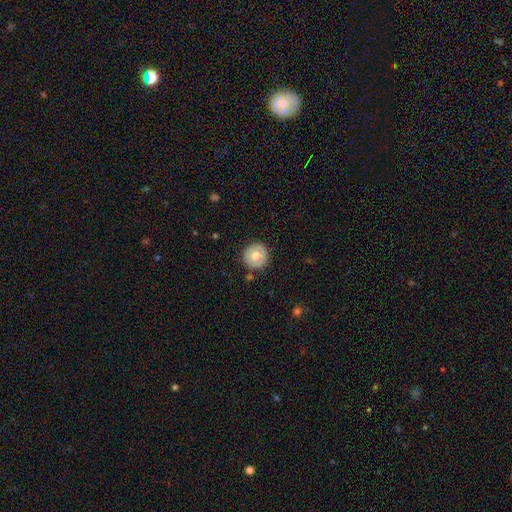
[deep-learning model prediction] Overall: smooth (61%; featured or disk 32%). How rounded: round (94%). Merging: none (88%).